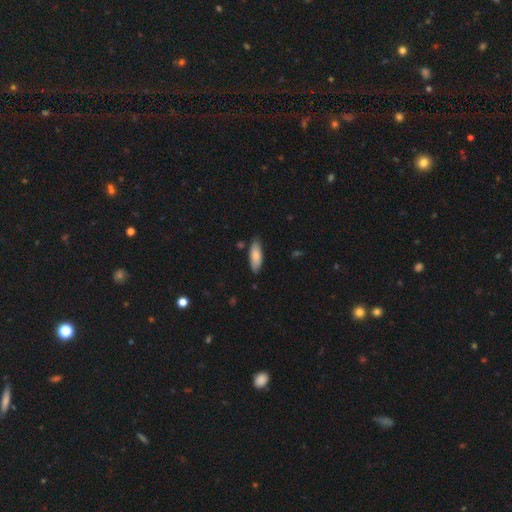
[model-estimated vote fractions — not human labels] A smooth galaxy with no disk features (81%) that is in between round and cigar-shaped (71%). Merging: none (81%).